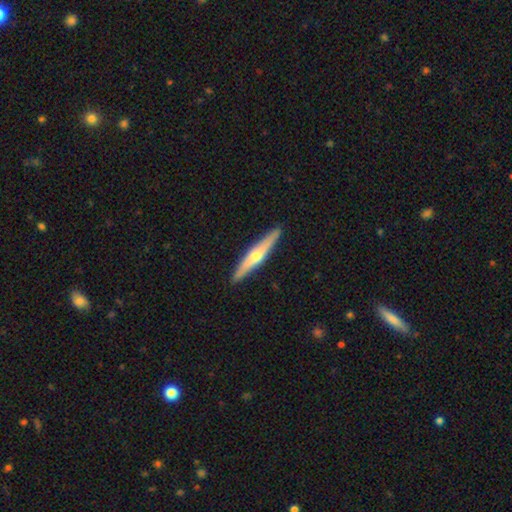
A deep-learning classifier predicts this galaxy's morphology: This appears to be a featured or disk galaxy (60%) viewed edge-on (96%) with a rounded central bulge (84%). Merging: none (91%).